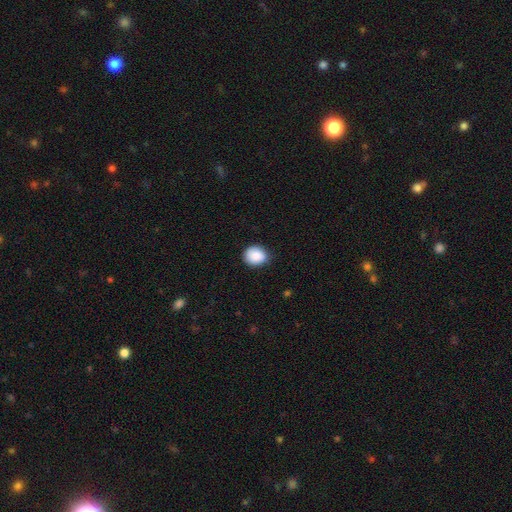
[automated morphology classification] Smooth or featured? smooth (88%)
How rounded? round (75%)
Merging? none (79%)